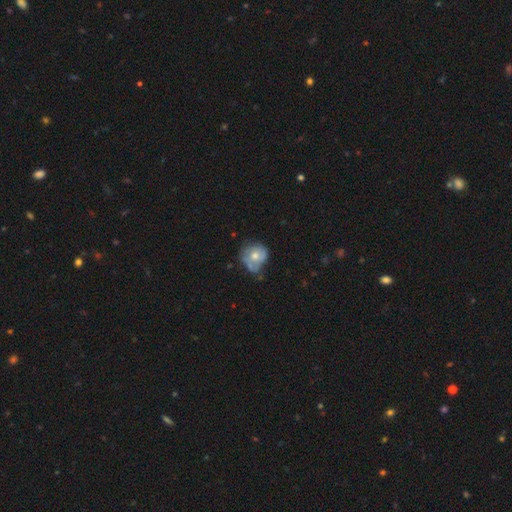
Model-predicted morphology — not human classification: smooth_or_featured: smooth (p=0.56) [alt: featured or disk p=0.36]
how_rounded: round (p=0.73) [alt: in between p=0.26]
merging: none (p=0.39) [alt: minor disturbance p=0.33]